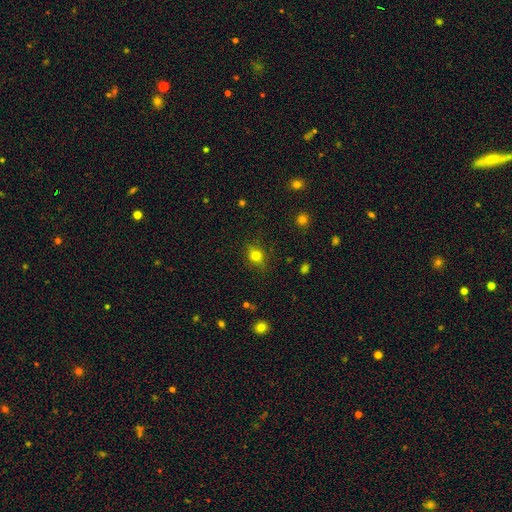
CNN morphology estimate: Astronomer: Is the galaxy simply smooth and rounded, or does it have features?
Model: smooth — 76%.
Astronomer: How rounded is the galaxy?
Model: round — 66%.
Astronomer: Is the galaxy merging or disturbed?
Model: none — 82%.